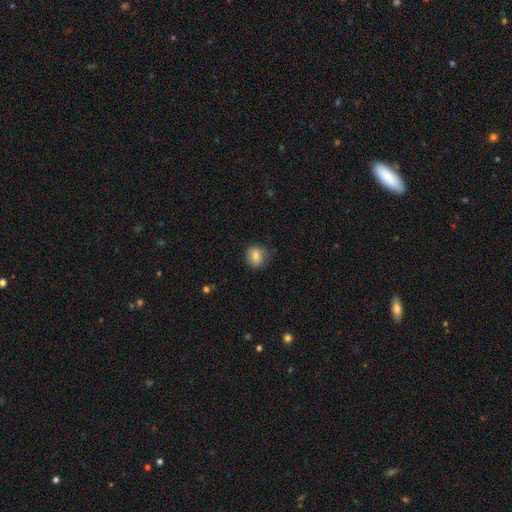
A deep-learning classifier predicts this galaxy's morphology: A smooth galaxy with no disk features (79%) that is round (73%). Merging: none (72%).